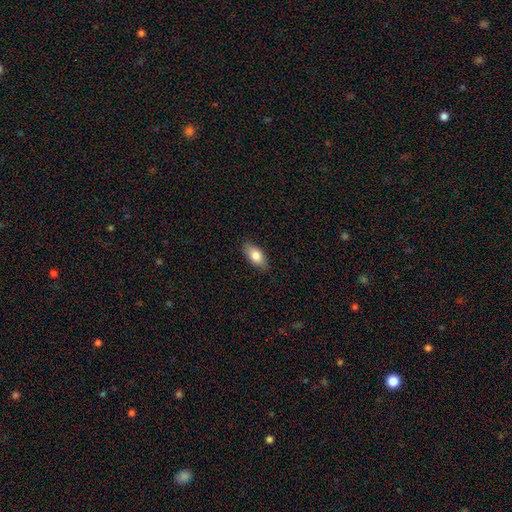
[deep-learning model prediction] Smooth or featured?
  - smooth: 81% *
  - featured or disk: 12%
  - star or artifact: 7%
How rounded?
  - in between: 90% *
  - cigar-shaped: 7%
  - round: 3%
Merging?
  - none: 85% *
  - minor disturbance: 12%
  - major disturbance: 2%
  - merger: 1%